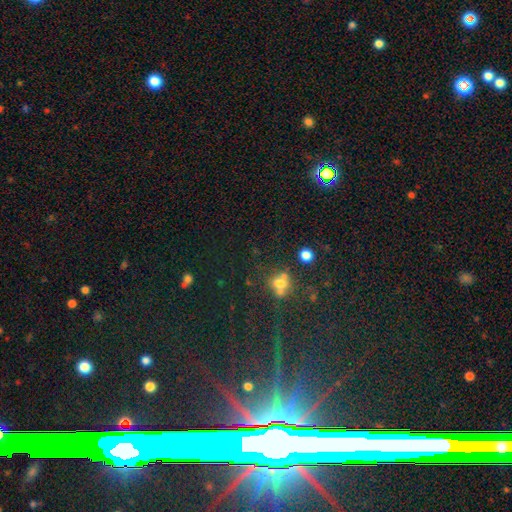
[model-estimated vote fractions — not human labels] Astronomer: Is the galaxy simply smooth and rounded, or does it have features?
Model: star or artifact — 69%.